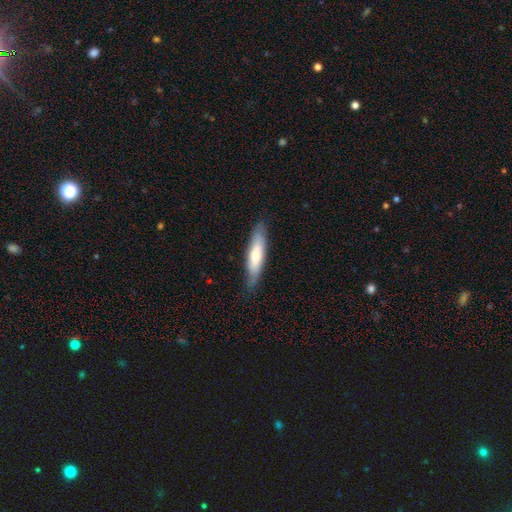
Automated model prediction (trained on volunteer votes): smooth_or_featured: smooth (p=0.63) [alt: featured or disk p=0.32]
how_rounded: cigar-shaped (p=0.73) [alt: in between p=0.26]
merging: none (p=0.82) [alt: minor disturbance p=0.14]